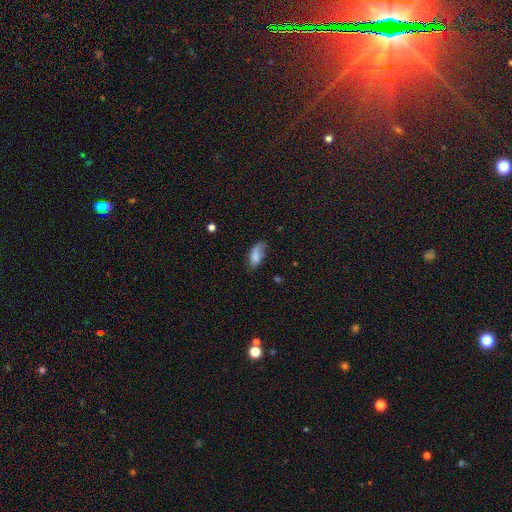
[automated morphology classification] This is likely a smooth galaxy (77%). How rounded: clearly in between (91%). Merging: possibly none (46%).